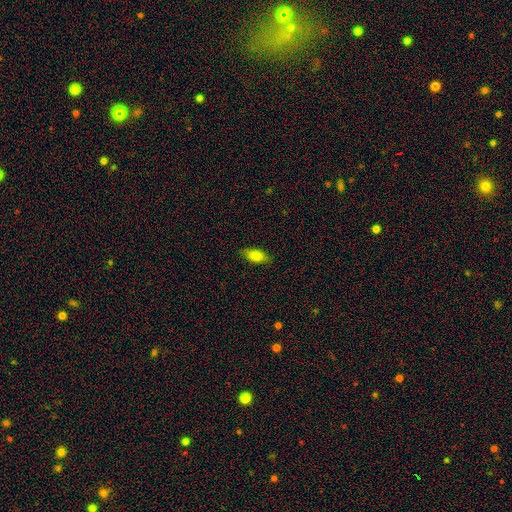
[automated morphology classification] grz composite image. It shows a smooth galaxy with no disk features (81%) that is in between round and cigar-shaped (85%). Merging: none (85%).